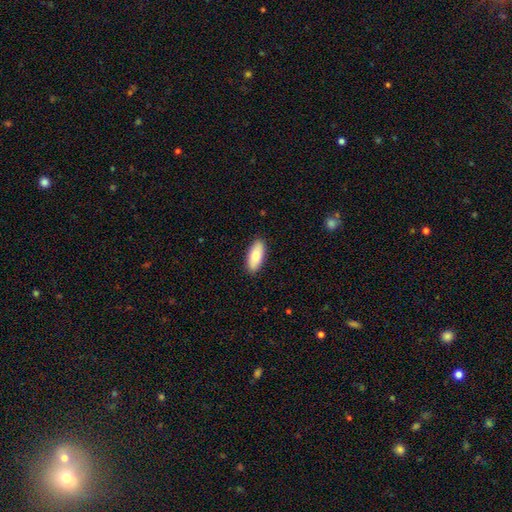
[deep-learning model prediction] Morphology: type=smooth (78%); roundness=in between (83%); merging=none (90%).